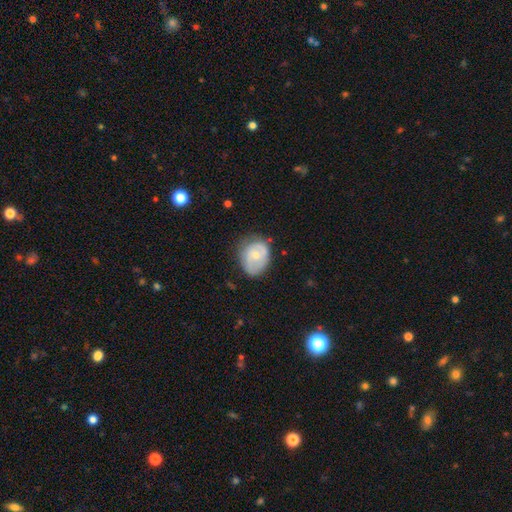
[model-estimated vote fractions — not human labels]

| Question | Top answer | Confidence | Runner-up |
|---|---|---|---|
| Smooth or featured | smooth | 51% | featured or disk (43%) |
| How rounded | in between | 54% | round (45%) |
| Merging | none | 58% | minor disturbance (30%) |